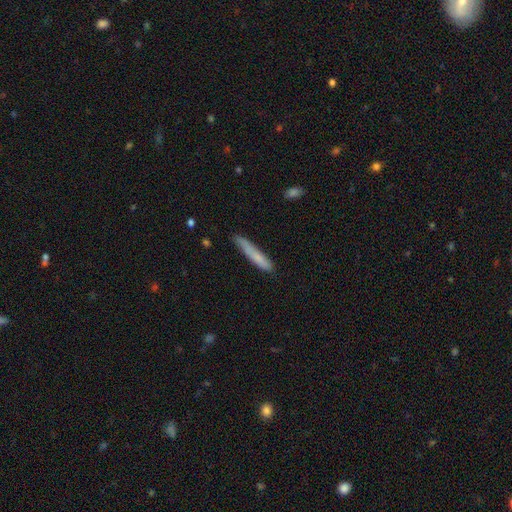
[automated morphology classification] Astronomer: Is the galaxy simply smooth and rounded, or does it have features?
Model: smooth — 73%.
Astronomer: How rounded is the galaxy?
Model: cigar-shaped — 94%.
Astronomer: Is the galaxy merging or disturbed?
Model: none — 75%.